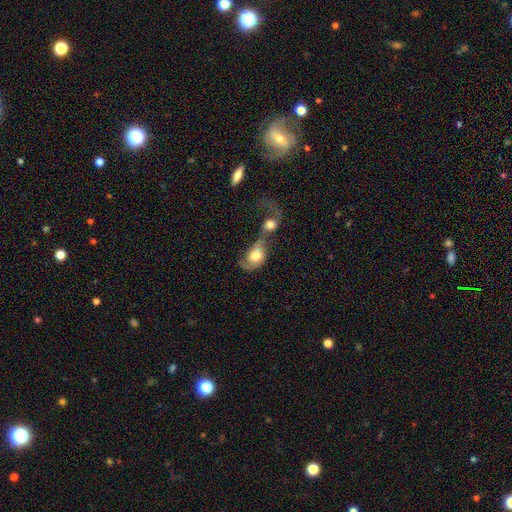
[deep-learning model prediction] smooth-or-featured: smooth: 54% | featured or disk: 38% | star or artifact: 7%
  how-rounded: in between: 63% | round: 35% | cigar-shaped: 2%
  merging: merger: 76% | major disturbance: 12% | none: 8% | minor disturbance: 5%